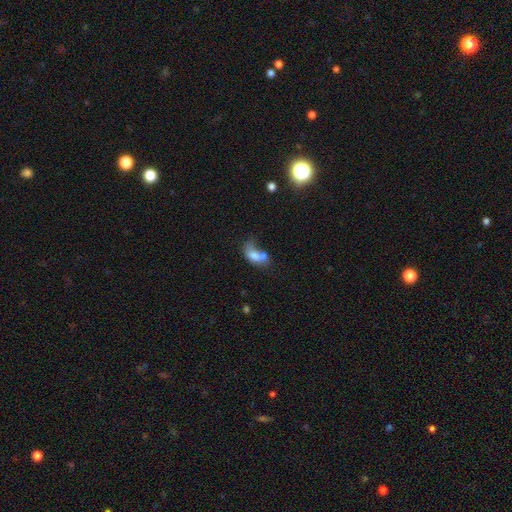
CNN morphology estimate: type=smooth (66%); roundness=in between (81%); merging=merger (55%).